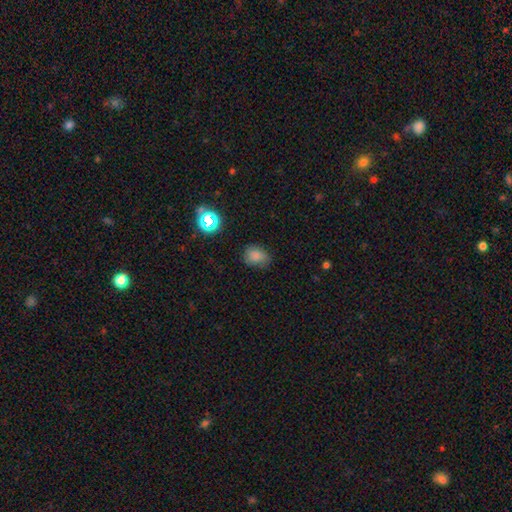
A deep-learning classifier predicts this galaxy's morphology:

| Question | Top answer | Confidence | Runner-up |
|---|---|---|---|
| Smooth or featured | smooth | 78% | star or artifact (15%) |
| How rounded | in between | 59% | round (40%) |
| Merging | none | 64% | minor disturbance (27%) |